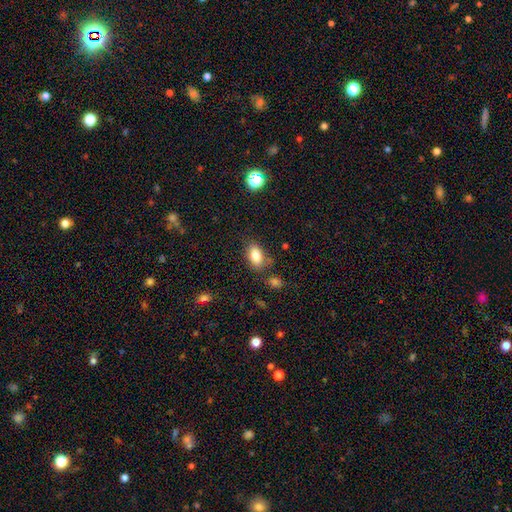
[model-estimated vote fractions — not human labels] Overall: smooth (84%). How rounded: in between (90%). Merging: none (74%).